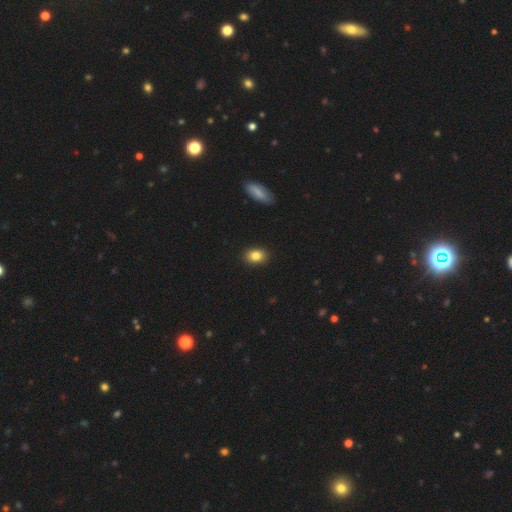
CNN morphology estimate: A smooth galaxy with no disk features (85%) that is in between round and cigar-shaped (73%).

Vote fractions:
- Smooth or featured? smooth: 85% / star or artifact: 9% / featured or disk: 6%
- How rounded? in between: 73% / round: 26% / cigar-shaped: 2%
- Merging? none: 89% / minor disturbance: 8% / major disturbance: 2% / merger: 1%